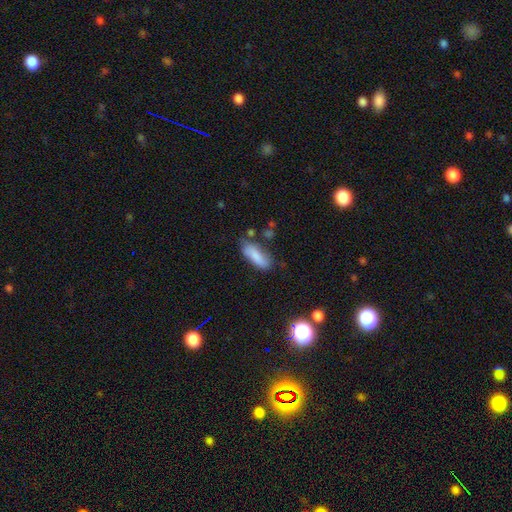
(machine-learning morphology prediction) Smooth or featured: smooth — 81% (featured or disk — 12%)
How rounded: in between — 69% (cigar-shaped — 29%)
Merging: none — 60% (minor disturbance — 26%)